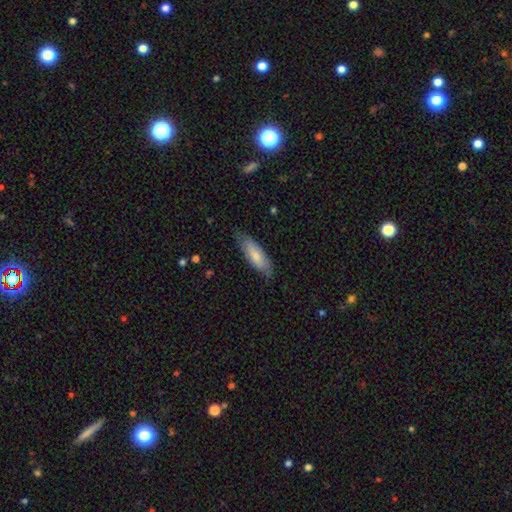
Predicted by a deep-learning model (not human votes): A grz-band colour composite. It shows a smooth galaxy with no disk features (65%) that is in between round and cigar-shaped (63%). Merging: none (72%).